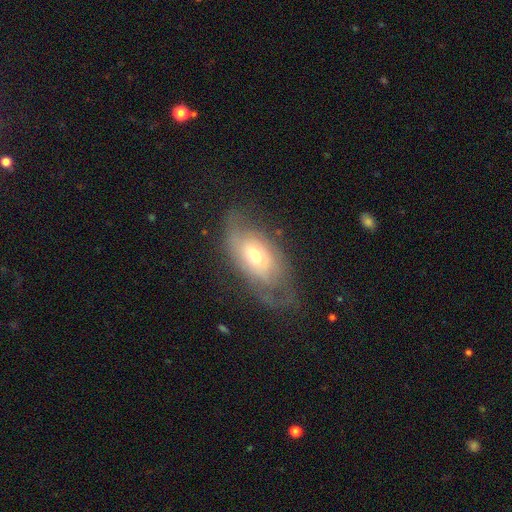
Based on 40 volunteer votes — A featured or disk galaxy (72%) with no bar (77%), tight (59%) spiral arms (65%) and a moderate central bulge (46%).

Vote fractions:
- Smooth or featured? featured or disk: 72% / smooth: 25% / star or artifact: 2%
- Edge-on disk? no: 90% / yes: 10%
- Bar? no: 77% / weak: 23% / strong: 0%
- Spiral arms? yes: 65% / no: 35%
- Spiral winding? tight: 59% / medium: 29% / loose: 12%
- Spiral arm count? can't tell: 59% / 2: 41% / 1: 0% / 3: 0% / 4: 0% / more than 4: 0%
- Bulge size? moderate: 46% / small: 42% / large: 12% / dominant: 0% / none: 0%
- Merging? none: 62% / minor disturbance: 28% / major disturbance: 8% / merger: 3%